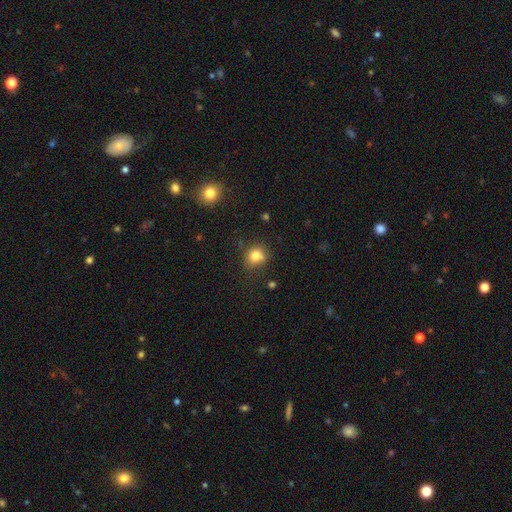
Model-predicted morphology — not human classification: Smooth or featured? smooth (79%)
How rounded? round (73%)
Merging? none (66%)